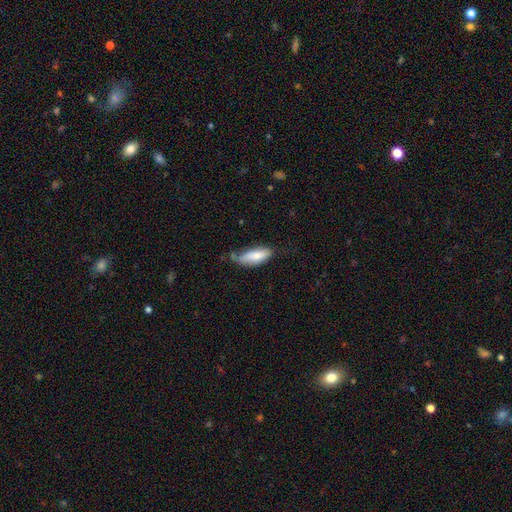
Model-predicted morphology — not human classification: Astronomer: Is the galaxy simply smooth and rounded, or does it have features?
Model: smooth — 79%.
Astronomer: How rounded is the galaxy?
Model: in between — 72%.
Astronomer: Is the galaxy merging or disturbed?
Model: none — 49% (runner-up: minor disturbance, 36%).